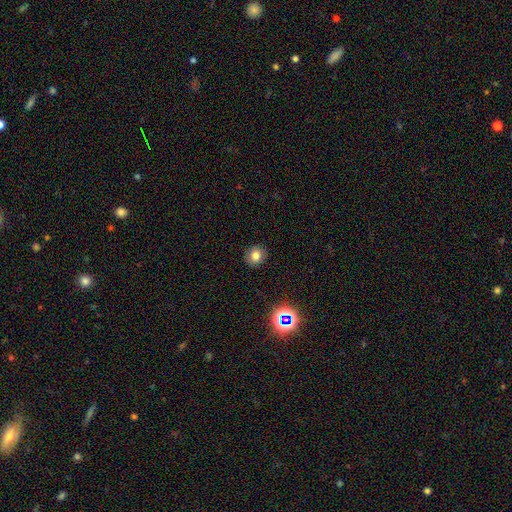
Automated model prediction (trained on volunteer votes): Smooth or featured?
  - smooth: 75% *
  - star or artifact: 16%
  - featured or disk: 10%
How rounded?
  - round: 81% *
  - in between: 18%
  - cigar-shaped: 1%
Merging?
  - none: 89% *
  - minor disturbance: 8%
  - major disturbance: 2%
  - merger: 1%